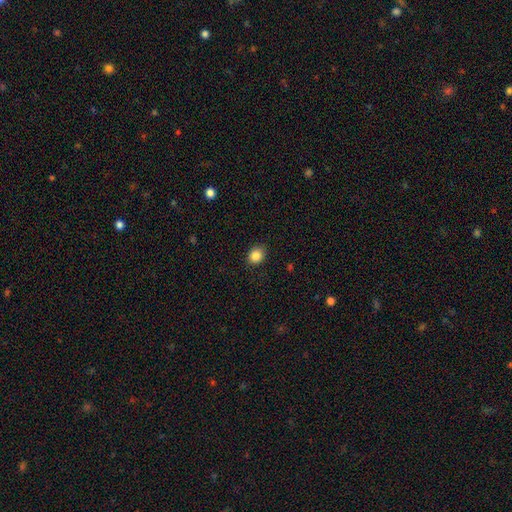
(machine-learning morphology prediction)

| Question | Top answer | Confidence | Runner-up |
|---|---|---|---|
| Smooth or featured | smooth | 85% | star or artifact (10%) |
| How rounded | round | 61% | in between (38%) |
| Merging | none | 88% | minor disturbance (8%) |